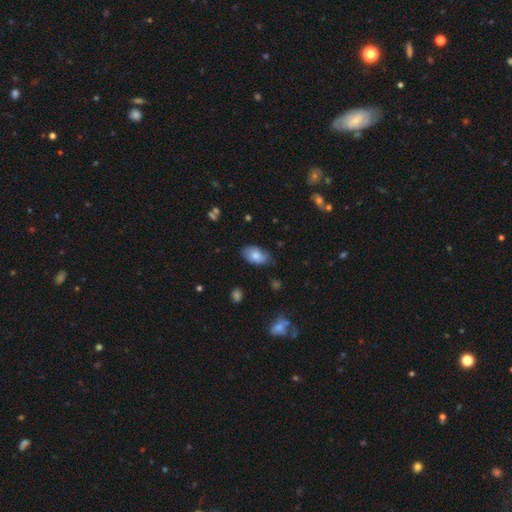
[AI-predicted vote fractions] The model was most divided on "merging": none: 69%, minor disturbance: 25%, major disturbance: 5%, merger: 2%. More confident: how rounded — in between (92%); smooth or featured — smooth (76%).